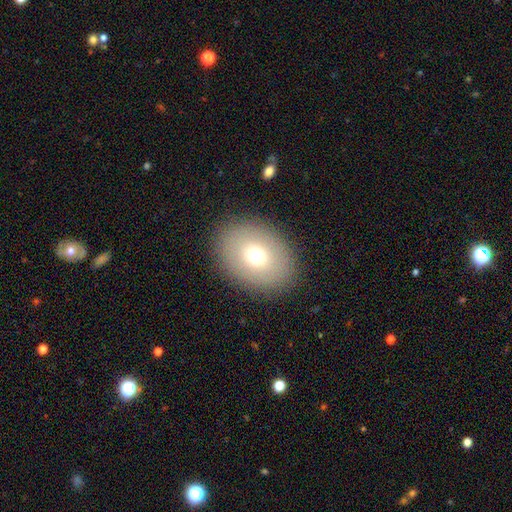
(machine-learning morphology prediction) The model was most divided on "how rounded": in between: 66%, round: 33%, cigar-shaped: 1%. More confident: merging — none (88%); smooth or featured — smooth (70%).